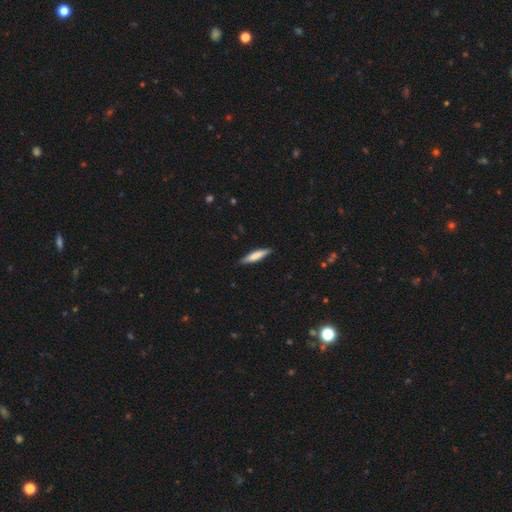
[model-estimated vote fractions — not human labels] Smooth or featured? Predicted: smooth (p=0.70). How rounded? Predicted: cigar-shaped (p=0.83). Merging? Predicted: none (p=0.86).